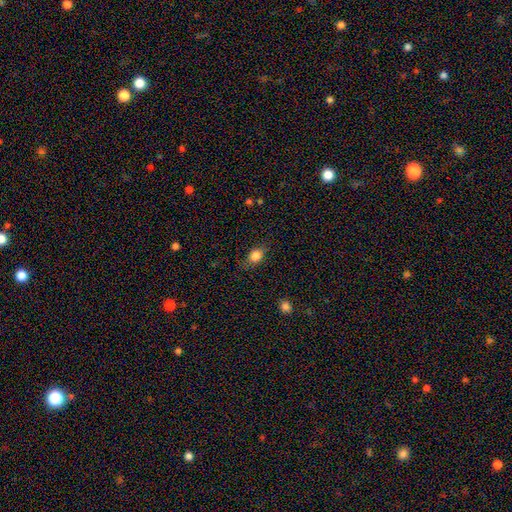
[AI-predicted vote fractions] Smooth or featured: smooth — 82% (star or artifact — 10%)
How rounded: in between — 64% (round — 33%)
Merging: none — 73% (minor disturbance — 20%)